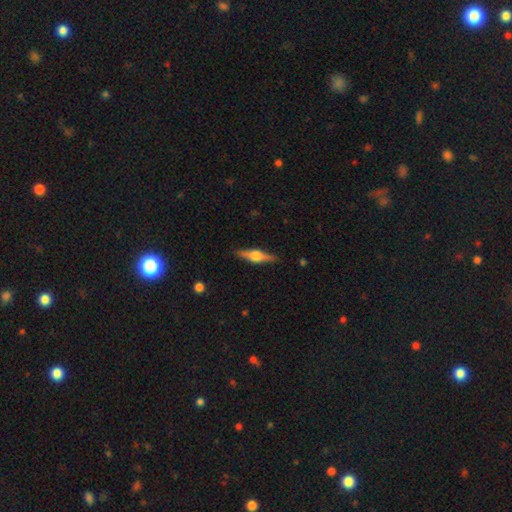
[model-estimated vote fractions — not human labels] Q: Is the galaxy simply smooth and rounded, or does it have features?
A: featured or disk — 69%.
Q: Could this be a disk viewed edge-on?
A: yes — 96%.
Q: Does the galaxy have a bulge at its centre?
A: rounded — 91%.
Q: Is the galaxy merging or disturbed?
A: none — 88%.